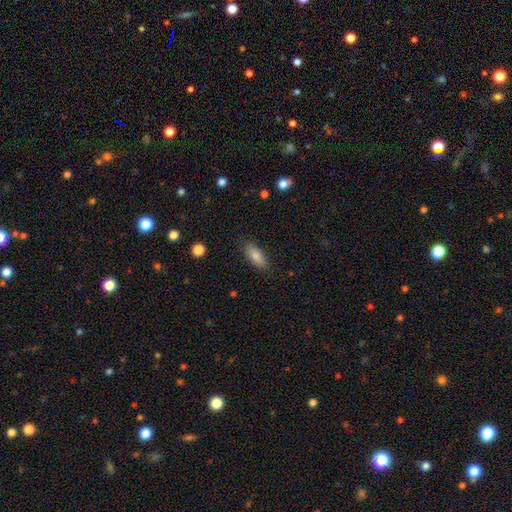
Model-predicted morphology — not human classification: The model was most divided on "how rounded": in between: 74%, cigar-shaped: 23%, round: 2%. More confident: merging — none (87%); smooth or featured — smooth (82%).